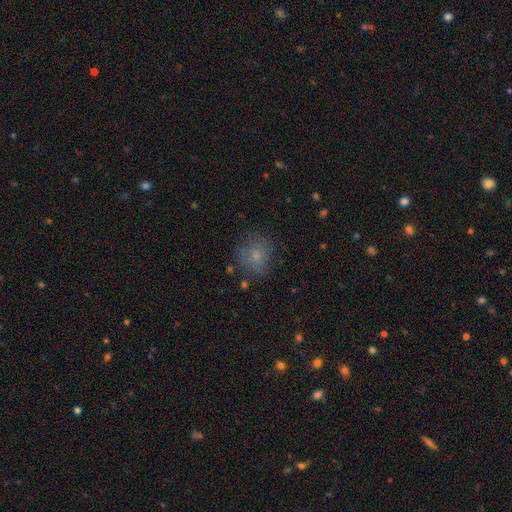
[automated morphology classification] smooth-or-featured: smooth: 70% | featured or disk: 16% | star or artifact: 14%
  how-rounded: round: 84% | in between: 15% | cigar-shaped: 1%
  merging: none: 74% | minor disturbance: 17% | major disturbance: 7% | merger: 2%